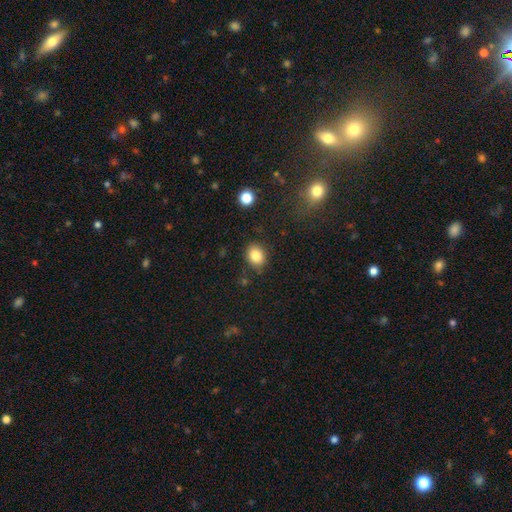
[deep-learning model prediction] Q: Smooth or featured?
A: smooth (84%); runner-up: star or artifact (10%)
Q: How rounded?
A: round (50%); runner-up: in between (49%)
Q: Merging?
A: none (84%); runner-up: minor disturbance (11%)